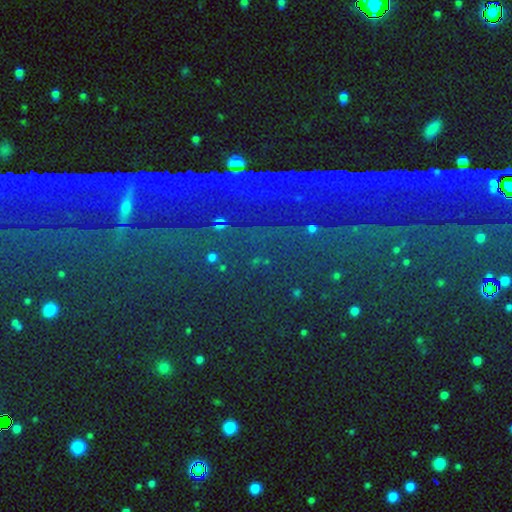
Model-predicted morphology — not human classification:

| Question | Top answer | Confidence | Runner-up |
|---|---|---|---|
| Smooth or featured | star or artifact | 83% | featured or disk (9%) |